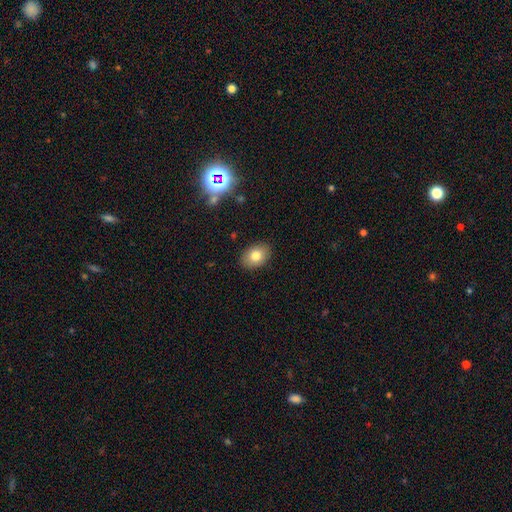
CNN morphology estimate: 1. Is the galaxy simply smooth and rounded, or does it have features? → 79% smooth, 12% featured or disk, 9% star or artifact.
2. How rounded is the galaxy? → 78% in between, 21% round, 1% cigar-shaped.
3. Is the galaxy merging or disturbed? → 88% none, 9% minor disturbance, 2% major disturbance, 1% merger.